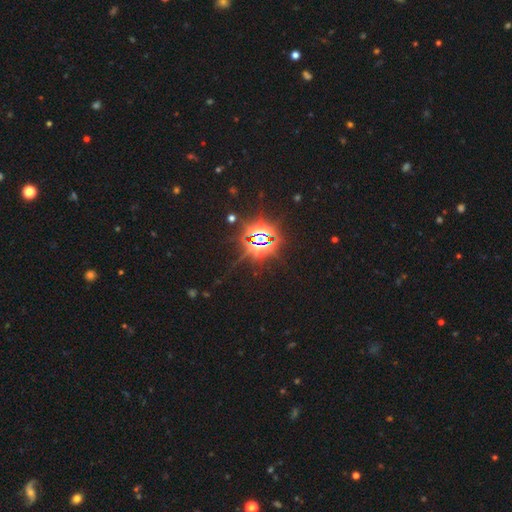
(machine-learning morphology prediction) smooth-or-featured: star or artifact: 86% | smooth: 8% | featured or disk: 6%